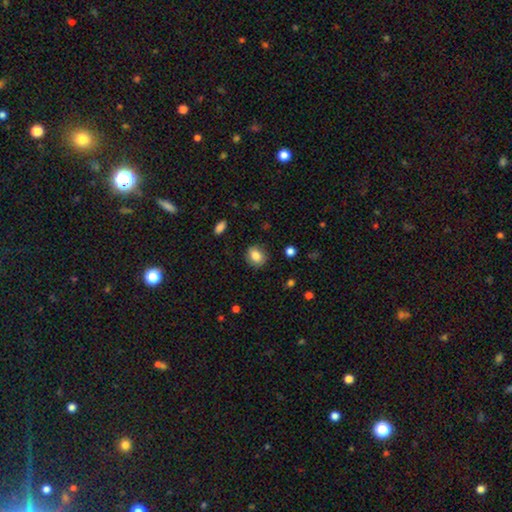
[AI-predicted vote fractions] Overall: smooth (84%). How rounded: round (54%; in between 45%). Merging: none (83%).